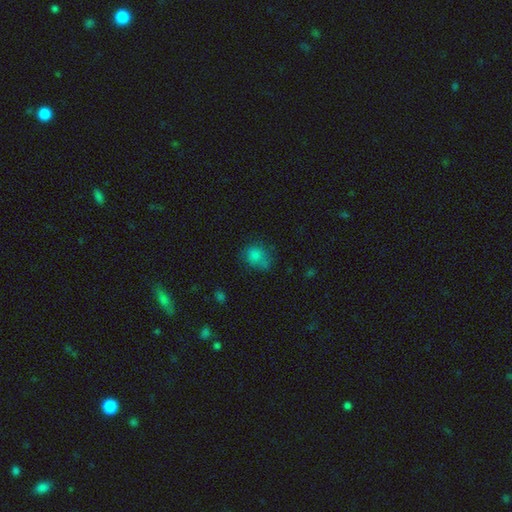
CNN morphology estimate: This is likely a smooth galaxy (78%). How rounded: possibly round (59%). Merging: possibly none (51%).